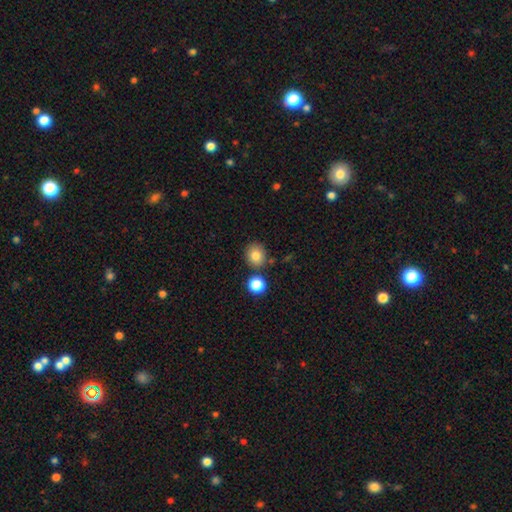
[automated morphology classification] Overall: smooth (81%). How rounded: round (86%). Merging: none (79%).